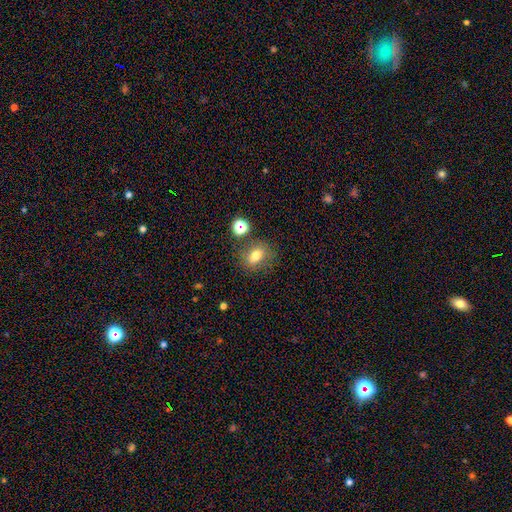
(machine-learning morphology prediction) A smooth galaxy with no disk features (73%) that is in between round and cigar-shaped (59%).

Vote fractions:
- Smooth or featured? smooth: 73% / star or artifact: 14% / featured or disk: 13%
- How rounded? in between: 59% / round: 38% / cigar-shaped: 2%
- Merging? none: 75% / minor disturbance: 13% / merger: 8% / major disturbance: 5%